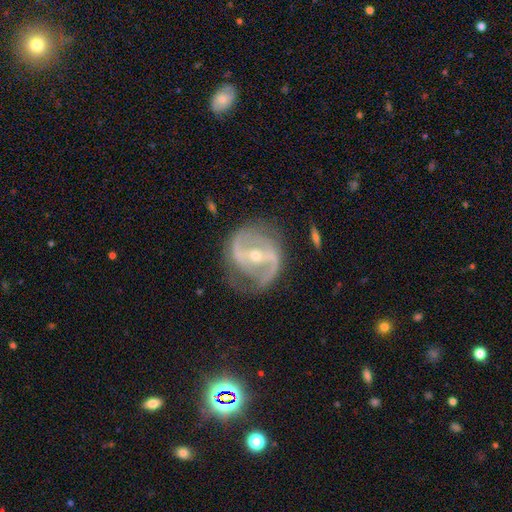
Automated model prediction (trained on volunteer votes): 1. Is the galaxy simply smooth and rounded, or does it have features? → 88% featured or disk, 6% smooth, 6% star or artifact.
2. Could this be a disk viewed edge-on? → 96% no, 4% yes.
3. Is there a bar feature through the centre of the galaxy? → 57% strong, 28% weak, 14% no.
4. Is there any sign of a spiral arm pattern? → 91% yes, 9% no.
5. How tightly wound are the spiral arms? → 49% medium, 26% loose, 25% tight.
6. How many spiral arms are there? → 85% 2, 7% can't tell, 4% 1, 2% 3, 1% 4, 1% more than 4.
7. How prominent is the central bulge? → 56% small, 42% moderate, 1% large, 1% none, 1% dominant.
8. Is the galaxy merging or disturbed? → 67% none, 20% minor disturbance, 11% major disturbance, 2% merger.